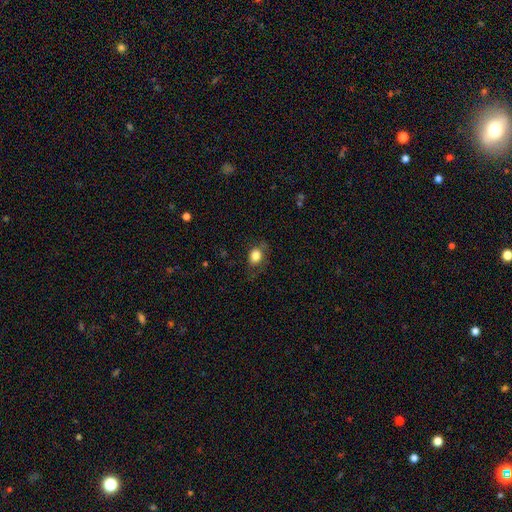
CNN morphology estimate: Smooth or featured?
  - smooth: 82% *
  - star or artifact: 9%
  - featured or disk: 9%
How rounded?
  - in between: 55% *
  - round: 44%
  - cigar-shaped: 1%
Merging?
  - none: 66% *
  - minor disturbance: 23%
  - major disturbance: 10%
  - merger: 1%